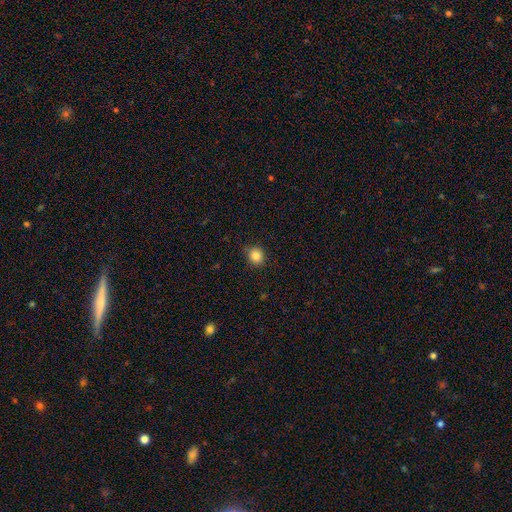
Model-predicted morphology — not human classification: A smooth galaxy with no disk features (85%) that is round (81%).

Vote fractions:
- Smooth or featured? smooth: 85% / star or artifact: 10% / featured or disk: 4%
- How rounded? round: 81% / in between: 18% / cigar-shaped: 1%
- Merging? none: 87% / minor disturbance: 10% / major disturbance: 2% / merger: 1%